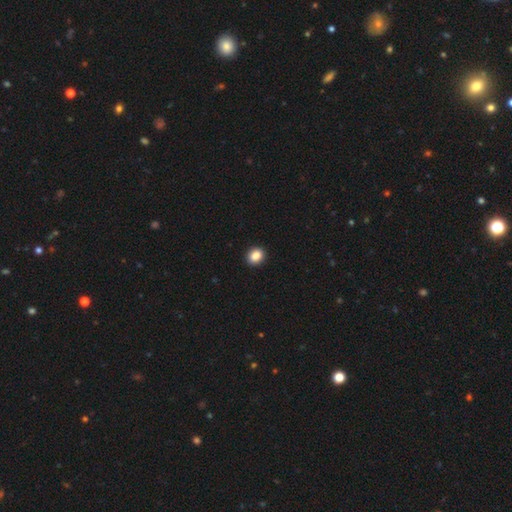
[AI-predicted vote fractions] Morphology: type=smooth (87%); roundness=round (63%); merging=none (93%).